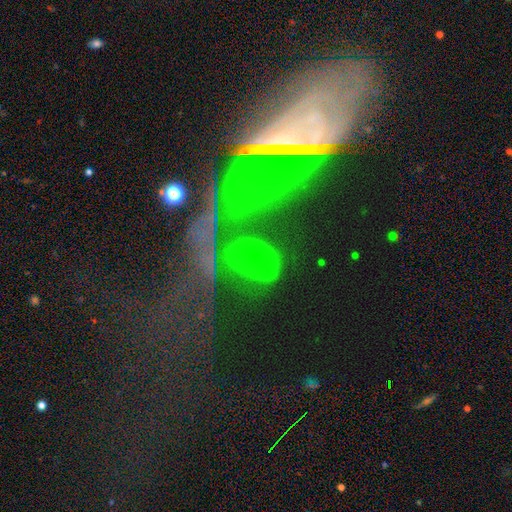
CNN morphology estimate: Smooth or featured? star or artifact (36%)